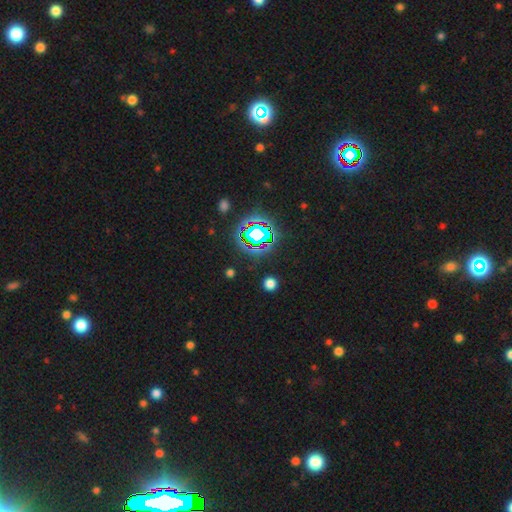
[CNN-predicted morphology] smooth-or-featured: star or artifact: 80% | smooth: 12% | featured or disk: 8%